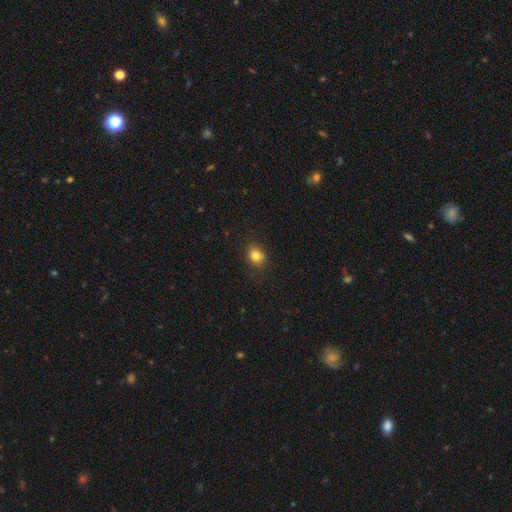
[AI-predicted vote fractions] Overall: smooth (82%). How rounded: round (61%; in between 38%). Merging: none (86%).